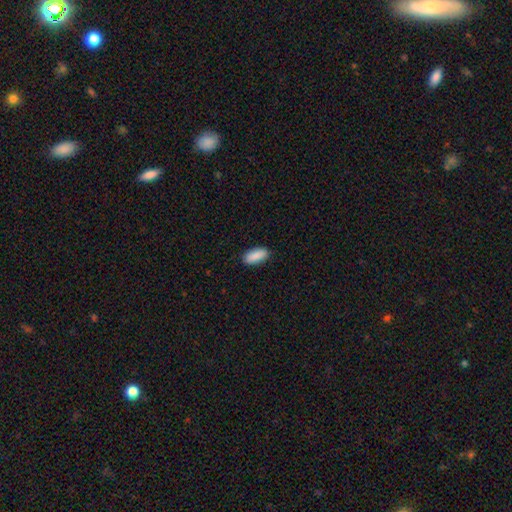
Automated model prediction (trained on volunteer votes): smooth-or-featured: smooth: 90% | star or artifact: 6% | featured or disk: 4%
  how-rounded: in between: 82% | cigar-shaped: 16% | round: 2%
  merging: none: 89% | minor disturbance: 8% | major disturbance: 2% | merger: 1%